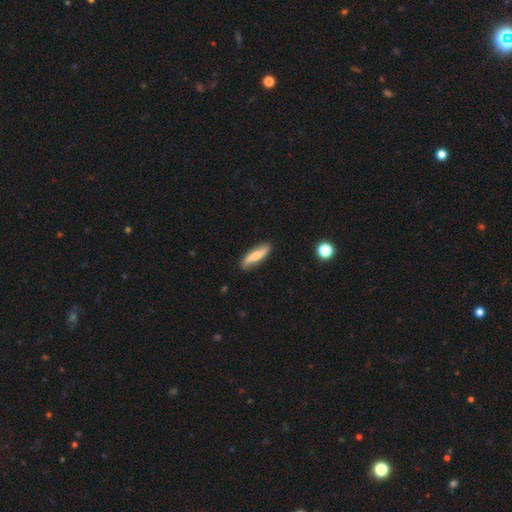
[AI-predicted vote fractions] This is likely a smooth galaxy (61%). How rounded: likely cigar-shaped (73%). Merging: likely none (80%).